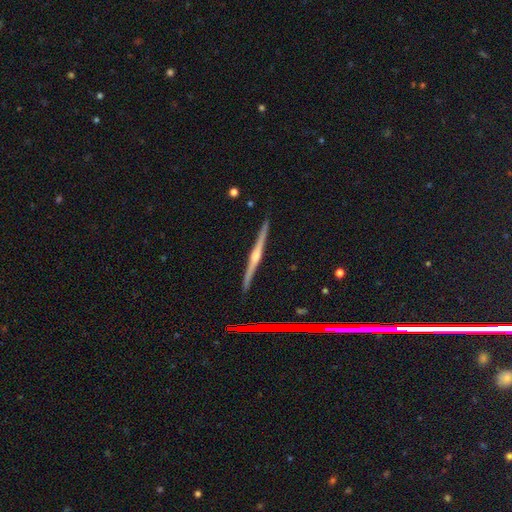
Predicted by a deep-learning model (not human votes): A featured or disk galaxy (80%) viewed edge-on (98%) with a rounded central bulge (78%).

Vote fractions:
- Smooth or featured? featured or disk: 80% / smooth: 12% / star or artifact: 8%
- Edge-on disk? yes: 98% / no: 2%
- Edge-on bulge? rounded: 78% / none: 12% / boxy: 9%
- Merging? none: 91% / minor disturbance: 6% / merger: 1% / major disturbance: 1%